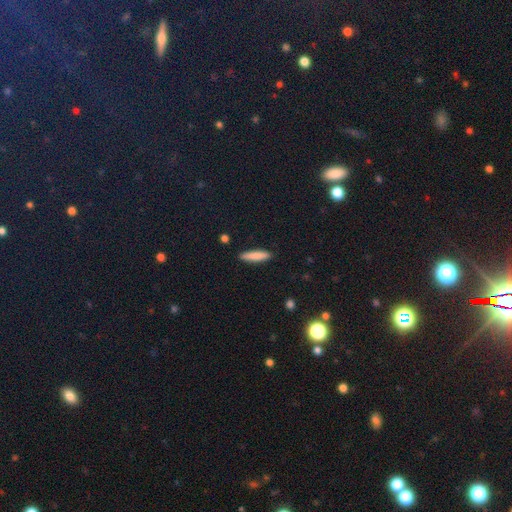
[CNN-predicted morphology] type=smooth (82%); roundness=cigar-shaped (80%); merging=none (89%).